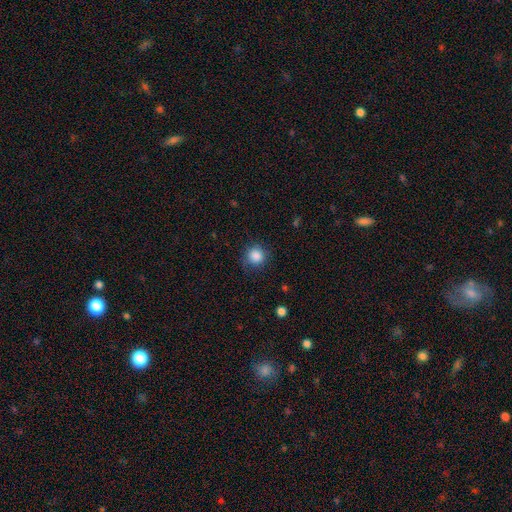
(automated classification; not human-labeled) The model was most divided on "merging": none: 80%, minor disturbance: 14%, major disturbance: 5%, merger: 1%. More confident: how rounded — round (91%); smooth or featured — smooth (86%).